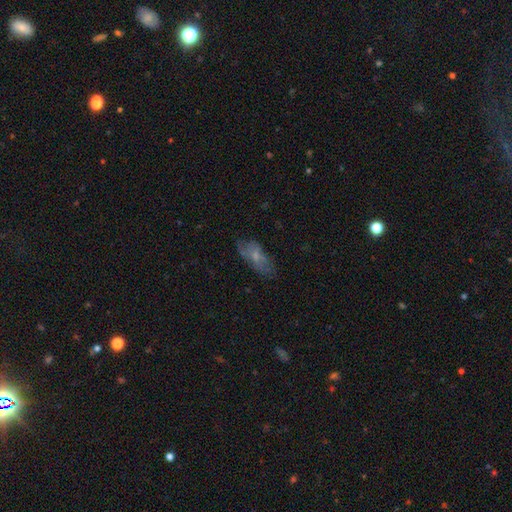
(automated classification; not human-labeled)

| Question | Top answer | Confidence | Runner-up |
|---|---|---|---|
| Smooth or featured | smooth | 52% | featured or disk (39%) |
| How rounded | in between | 80% | cigar-shaped (16%) |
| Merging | none | 58% | minor disturbance (26%) |